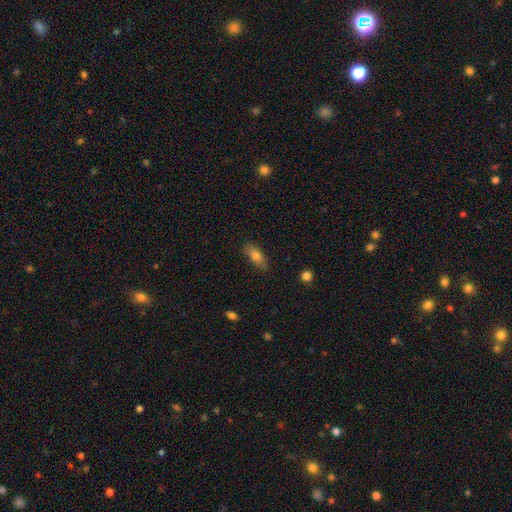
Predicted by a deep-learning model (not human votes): This appears to be a smooth galaxy with no disk features (75%) that is in between round and cigar-shaped (69%). Merging: none (84%).